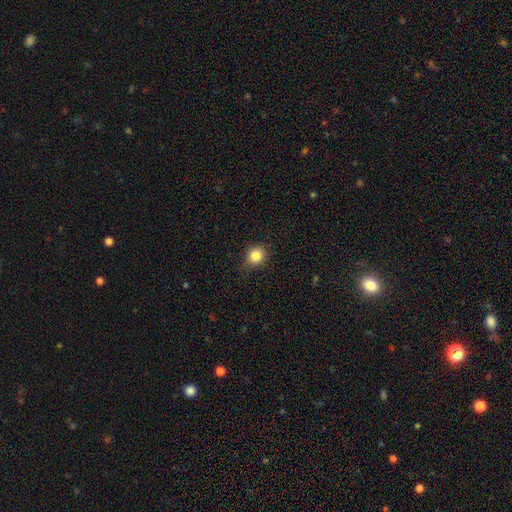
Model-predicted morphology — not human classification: Overall: smooth (84%). How rounded: round (83%). Merging: none (79%).